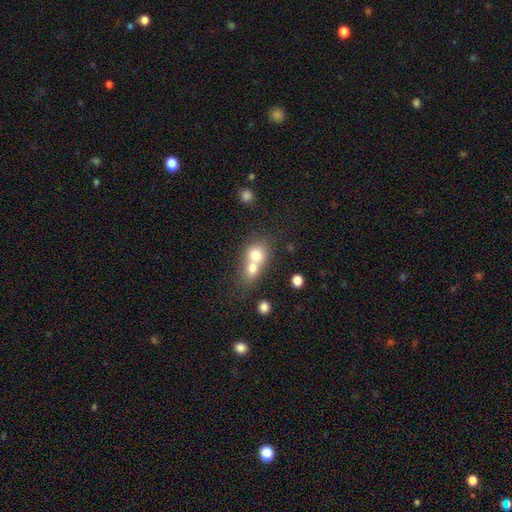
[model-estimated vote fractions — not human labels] Q: Smooth or featured?
A: smooth (72%); runner-up: featured or disk (18%)
Q: How rounded?
A: round (67%); runner-up: in between (31%)
Q: Merging?
A: merger (71%); runner-up: none (21%)